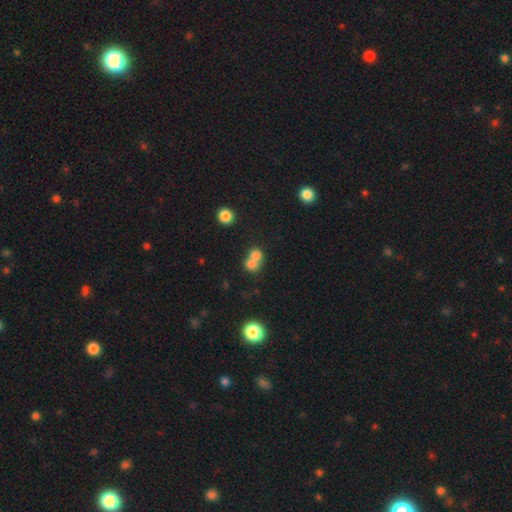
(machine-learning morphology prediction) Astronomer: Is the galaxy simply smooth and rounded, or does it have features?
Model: smooth — 72%.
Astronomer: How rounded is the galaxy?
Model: round — 73%.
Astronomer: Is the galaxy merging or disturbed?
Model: merger — 66%.